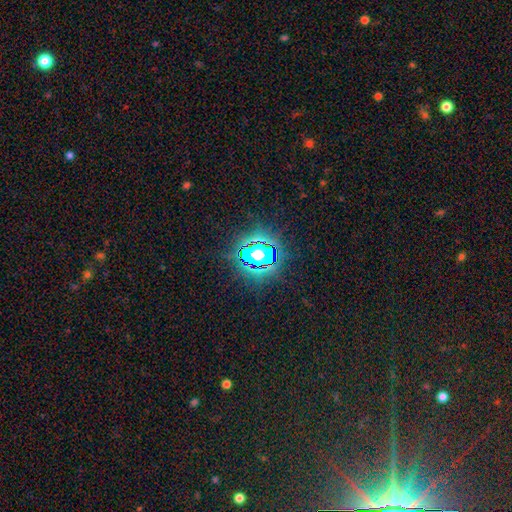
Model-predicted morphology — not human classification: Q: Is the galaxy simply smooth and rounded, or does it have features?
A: star or artifact — 83%.